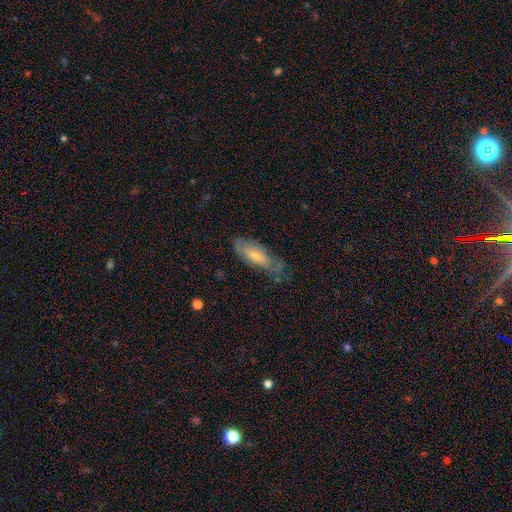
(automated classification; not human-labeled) Smooth or featured?
  - smooth: 53% *
  - featured or disk: 40%
  - star or artifact: 8%
How rounded?
  - in between: 55% *
  - cigar-shaped: 43%
  - round: 2%
Merging?
  - none: 59% *
  - minor disturbance: 29%
  - major disturbance: 10%
  - merger: 2%